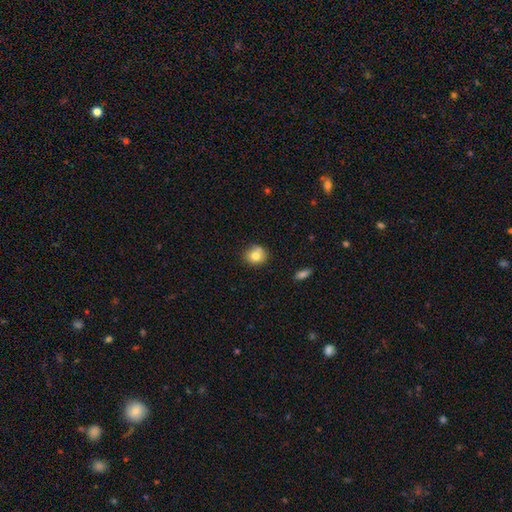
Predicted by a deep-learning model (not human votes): smooth-or-featured: smooth: 78% | featured or disk: 12% | star or artifact: 10%
  how-rounded: round: 83% | in between: 16% | cigar-shaped: 1%
  merging: none: 72% | minor disturbance: 15% | merger: 10% | major disturbance: 3%